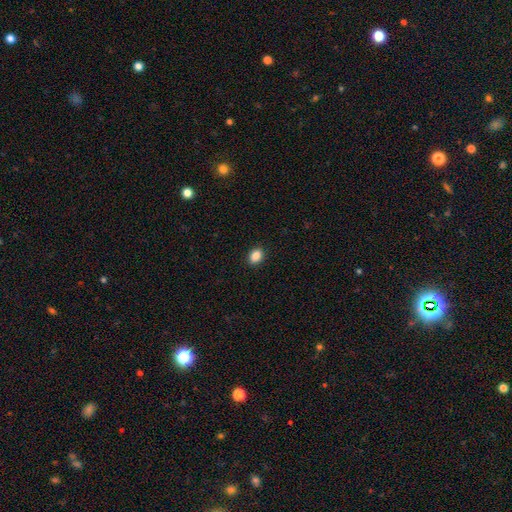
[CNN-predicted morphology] This appears to be a smooth galaxy with no disk features (87%) that is in between round and cigar-shaped (73%). Merging: none (91%).